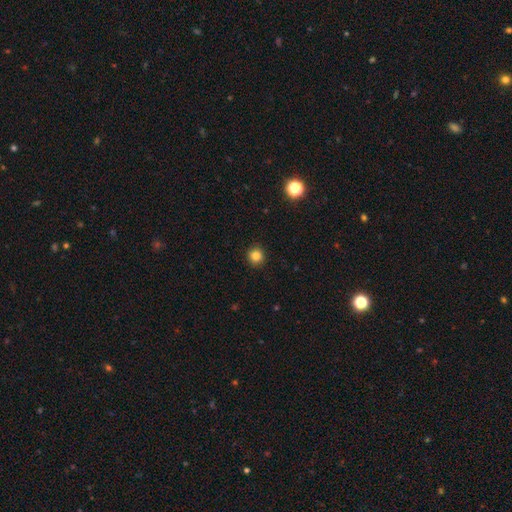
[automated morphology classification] This is clearly a smooth galaxy (83%). How rounded: clearly round (91%). Merging: clearly none (92%).